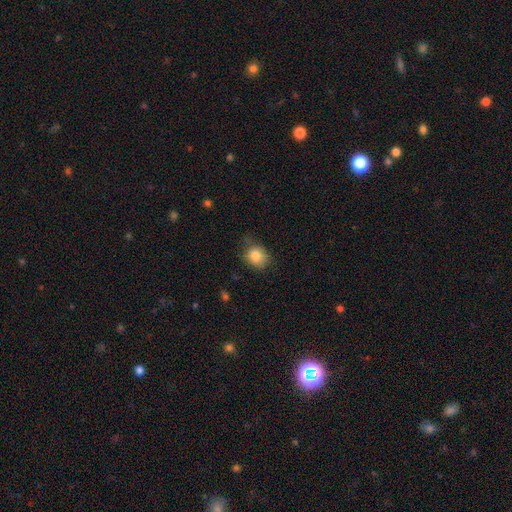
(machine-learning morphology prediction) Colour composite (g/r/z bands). It shows a smooth galaxy with no disk features (84%) that is round (68%). Merging: none (70%).